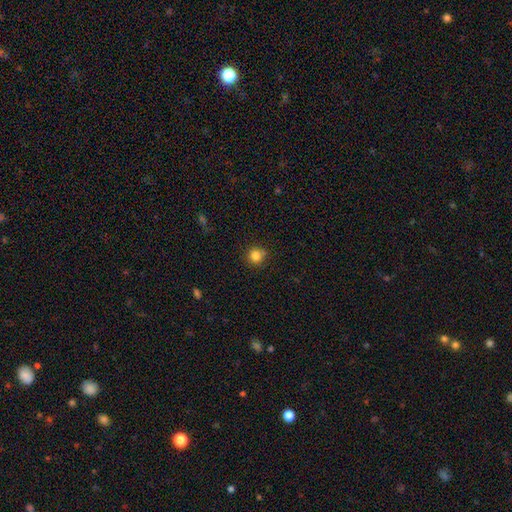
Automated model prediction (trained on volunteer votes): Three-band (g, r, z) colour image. It shows a smooth galaxy with no disk features (83%) that is round (92%). Merging: none (85%).